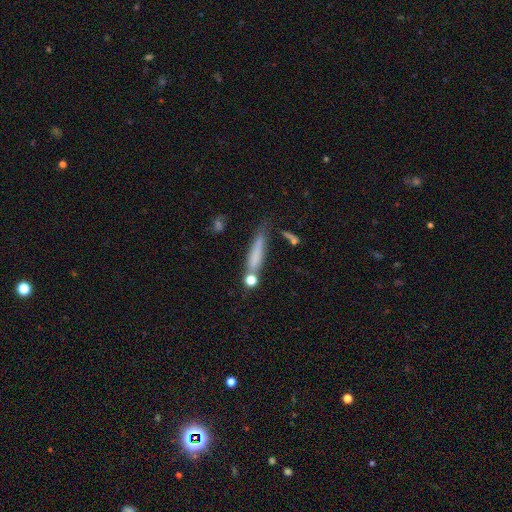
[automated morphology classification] Smooth or featured: smooth — 66% (featured or disk — 23%)
How rounded: cigar-shaped — 84% (in between — 12%)
Merging: none — 55% (minor disturbance — 21%)